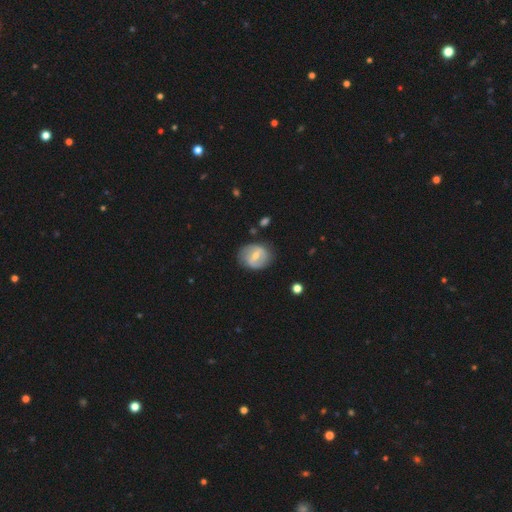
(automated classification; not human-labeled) A featured or disk galaxy (64%) with a weak bar (44%), spiral arms (57%) and a moderate central bulge (51%). Merging: none (76%).